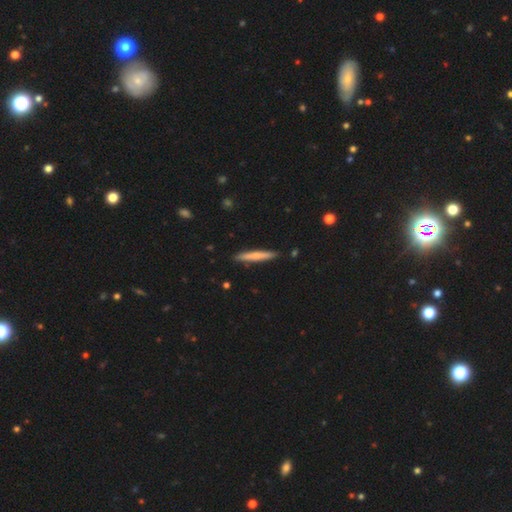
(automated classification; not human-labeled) Smooth or featured? Predicted: smooth (p=0.66). How rounded? Predicted: cigar-shaped (p=0.95). Merging? Predicted: none (p=0.89).